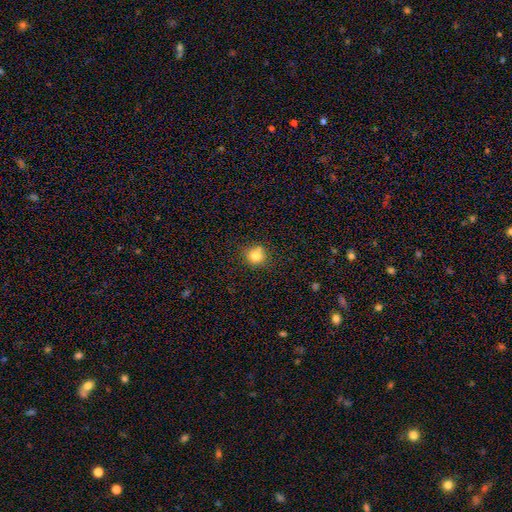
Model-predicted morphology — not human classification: Q: Smooth or featured?
A: smooth (81%); runner-up: star or artifact (12%)
Q: How rounded?
A: round (88%); runner-up: in between (11%)
Q: Merging?
A: none (78%); runner-up: minor disturbance (14%)